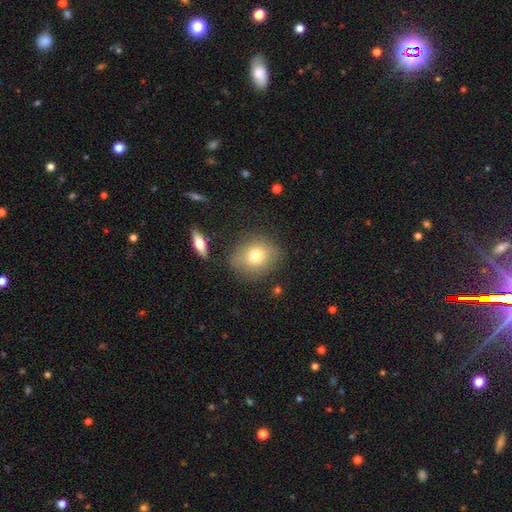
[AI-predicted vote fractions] This appears to be a smooth galaxy with no disk features (75%) that is round (67%). Merging: none (76%).